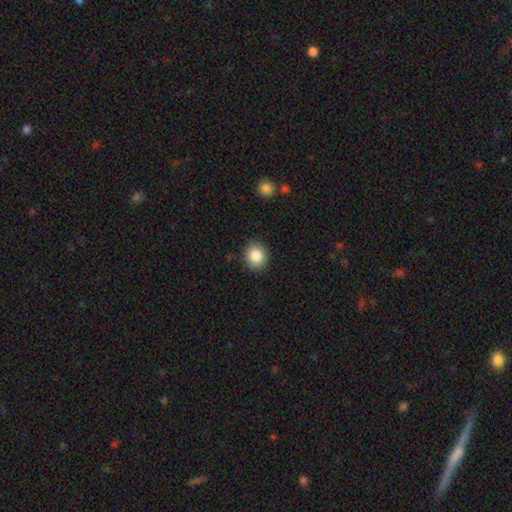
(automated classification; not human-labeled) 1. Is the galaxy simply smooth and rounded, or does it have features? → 86% smooth, 9% star or artifact, 5% featured or disk.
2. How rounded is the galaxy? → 80% round, 19% in between, 1% cigar-shaped.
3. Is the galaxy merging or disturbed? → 89% none, 8% minor disturbance, 2% major disturbance, 1% merger.